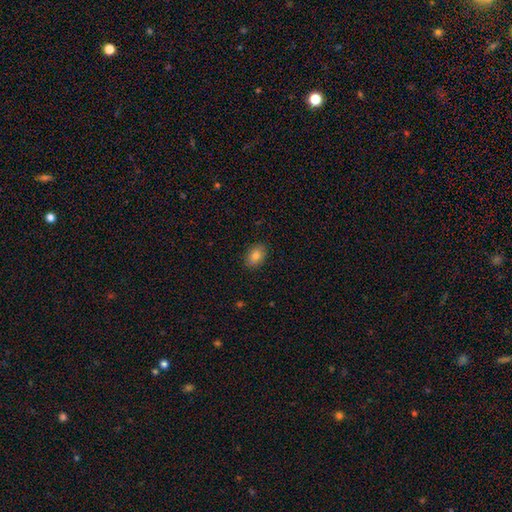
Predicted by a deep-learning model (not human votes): A smooth galaxy with no disk features (83%) that is in between round and cigar-shaped (78%). Merging: none (88%).